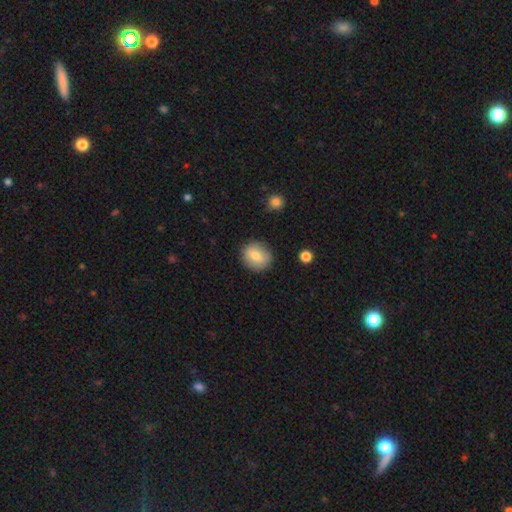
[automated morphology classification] Smooth or featured: smooth — 78% (featured or disk — 14%)
How rounded: round — 76% (in between — 23%)
Merging: none — 86% (minor disturbance — 10%)